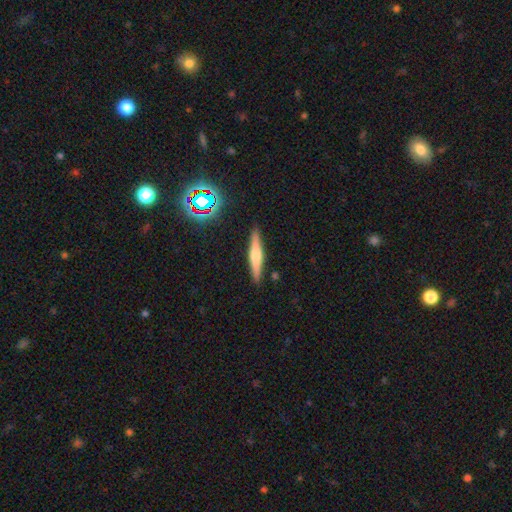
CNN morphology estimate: smooth_or_featured: featured or disk (p=0.48) [alt: smooth p=0.43]
merging: none (p=0.89) [alt: minor disturbance p=0.08]